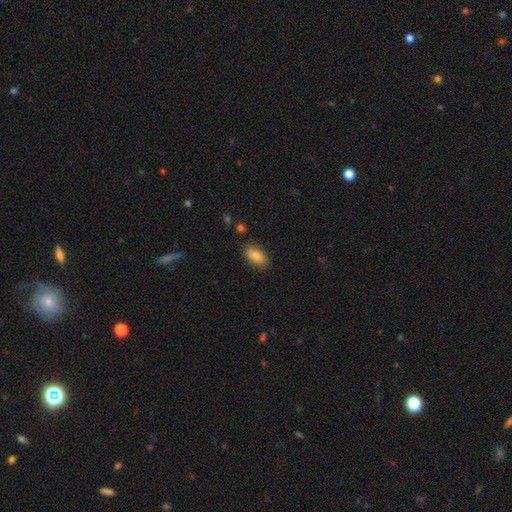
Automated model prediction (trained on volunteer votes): A smooth galaxy with no disk features (84%) that is in between round and cigar-shaped (92%).

Vote fractions:
- Smooth or featured? smooth: 84% / featured or disk: 9% / star or artifact: 7%
- How rounded? in between: 92% / round: 4% / cigar-shaped: 4%
- Merging? none: 83% / minor disturbance: 12% / major disturbance: 3% / merger: 2%